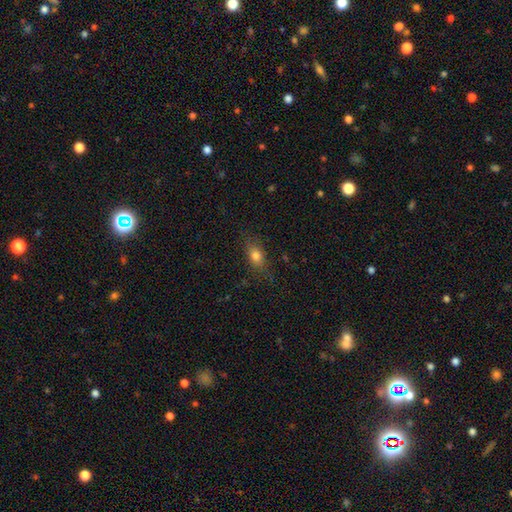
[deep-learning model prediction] Q: Smooth or featured?
A: smooth (77%); runner-up: featured or disk (12%)
Q: How rounded?
A: in between (75%); runner-up: round (16%)
Q: Merging?
A: none (76%); runner-up: minor disturbance (17%)